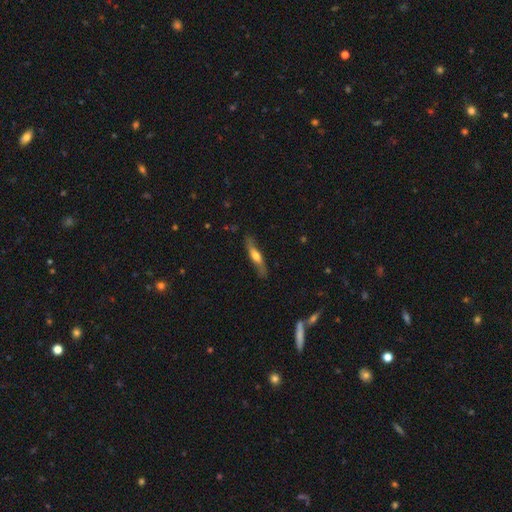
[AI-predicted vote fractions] Overall: featured or disk (53%; smooth 41%). Edge-on disk: yes (75%). Merging: none (79%).